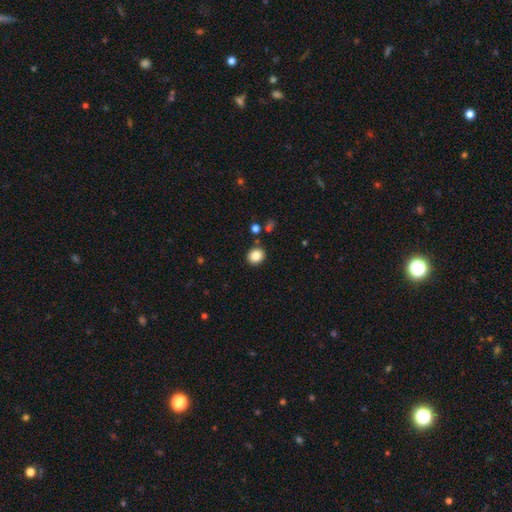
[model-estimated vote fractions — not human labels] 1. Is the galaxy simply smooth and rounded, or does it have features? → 86% smooth, 10% star or artifact, 5% featured or disk.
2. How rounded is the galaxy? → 71% round, 28% in between, 1% cigar-shaped.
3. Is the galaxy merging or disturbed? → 88% none, 7% minor disturbance, 3% merger, 2% major disturbance.